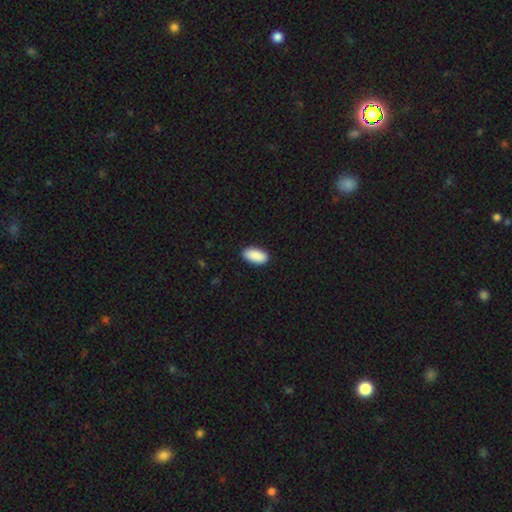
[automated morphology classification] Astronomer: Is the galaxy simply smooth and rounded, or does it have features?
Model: smooth — 91%.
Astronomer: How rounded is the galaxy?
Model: in between — 94%.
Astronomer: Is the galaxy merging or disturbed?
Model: none — 89%.